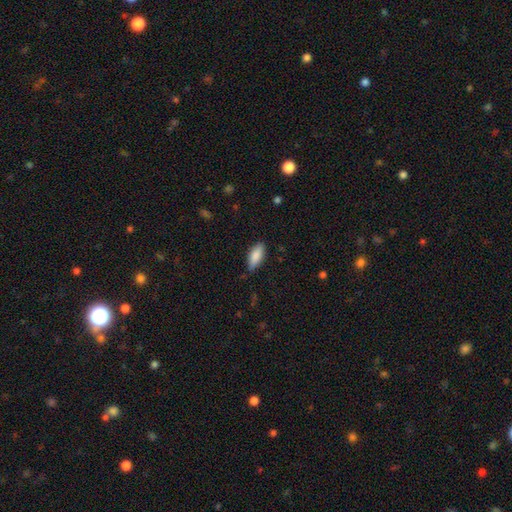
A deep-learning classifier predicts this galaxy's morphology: Smooth or featured: smooth — 85% (featured or disk — 9%)
How rounded: in between — 81% (cigar-shaped — 18%)
Merging: none — 79% (minor disturbance — 17%)